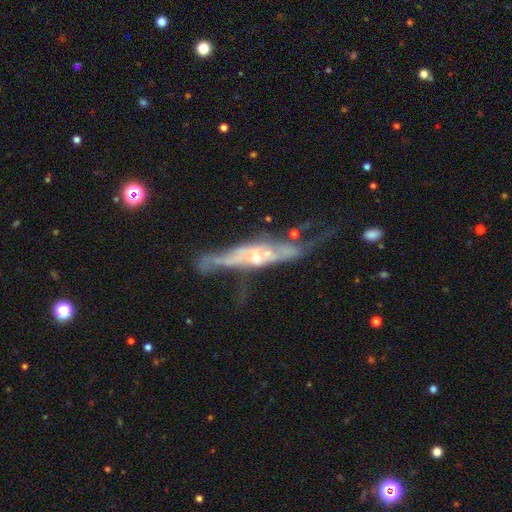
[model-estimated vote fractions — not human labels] Smooth or featured: featured or disk — 76% (smooth — 16%)
Edge-on disk: yes — 61% (no — 39%)
Merging: none — 35% (major disturbance — 30%)